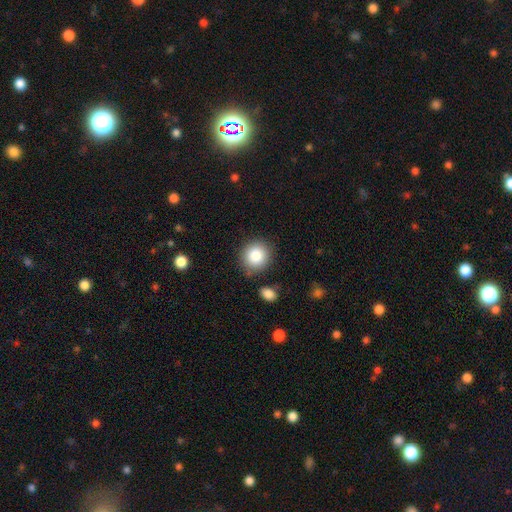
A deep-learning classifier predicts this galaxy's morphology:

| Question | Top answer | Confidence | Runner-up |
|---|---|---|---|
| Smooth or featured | smooth | 86% | star or artifact (8%) |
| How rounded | round | 86% | in between (13%) |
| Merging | none | 82% | minor disturbance (10%) |